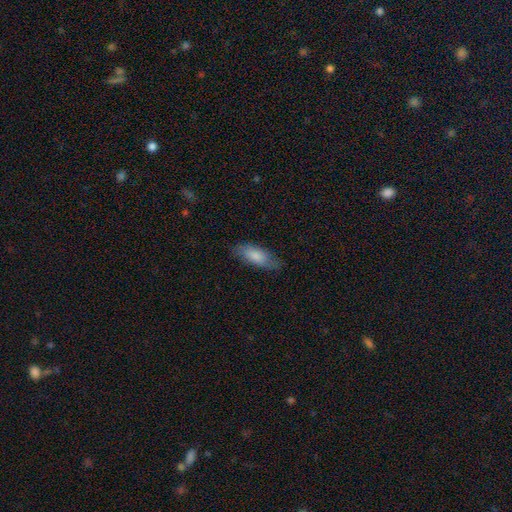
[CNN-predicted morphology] A smooth galaxy with no disk features (79%) that is in between round and cigar-shaped (71%). Merging: none (77%).